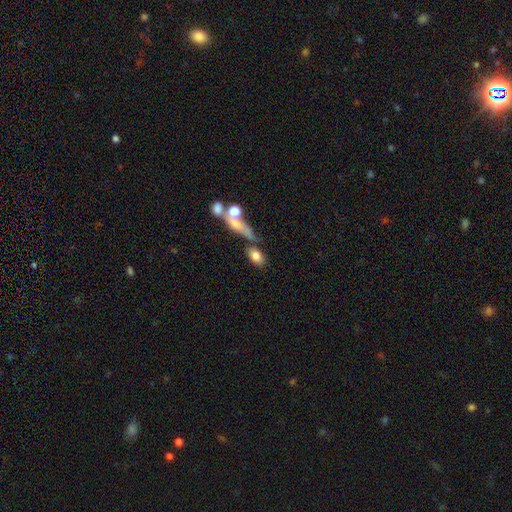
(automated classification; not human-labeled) smooth-or-featured: smooth: 76% | featured or disk: 15% | star or artifact: 10%
  how-rounded: in between: 77% | round: 15% | cigar-shaped: 7%
  merging: none: 54% | merger: 24% | minor disturbance: 14% | major disturbance: 9%